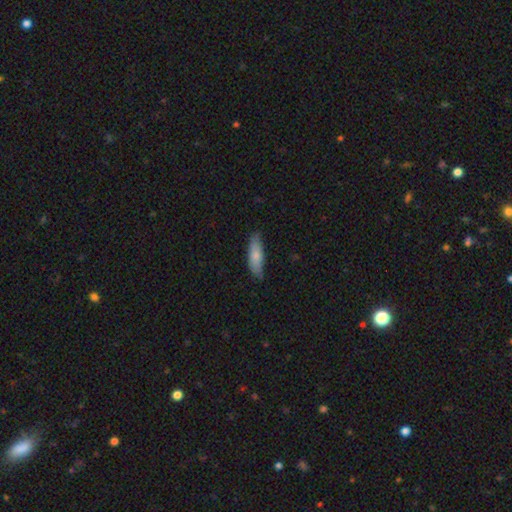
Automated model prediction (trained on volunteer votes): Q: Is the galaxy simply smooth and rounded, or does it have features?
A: smooth — 78%.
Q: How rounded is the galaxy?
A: in between — 54%.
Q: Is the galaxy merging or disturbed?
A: none — 76%.